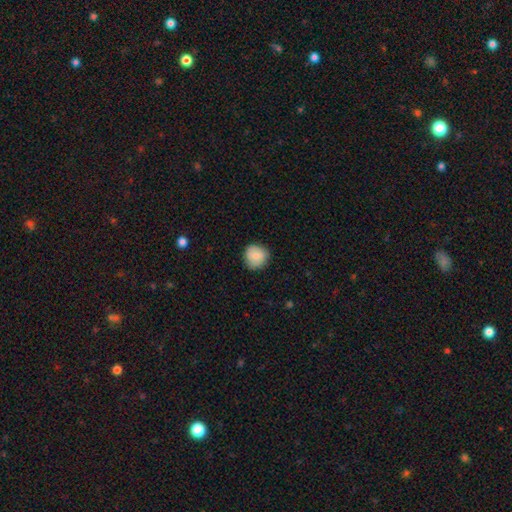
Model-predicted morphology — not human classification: type=smooth (82%); roundness=round (91%); merging=none (84%).